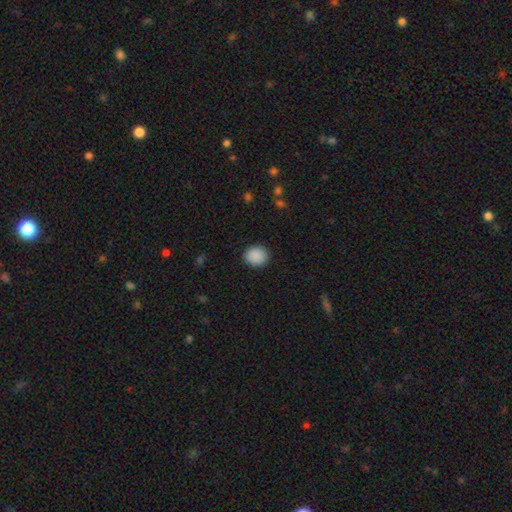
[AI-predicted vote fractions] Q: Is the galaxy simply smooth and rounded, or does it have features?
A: smooth — 90%.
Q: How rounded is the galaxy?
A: round — 73%.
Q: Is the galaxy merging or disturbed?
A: none — 91%.